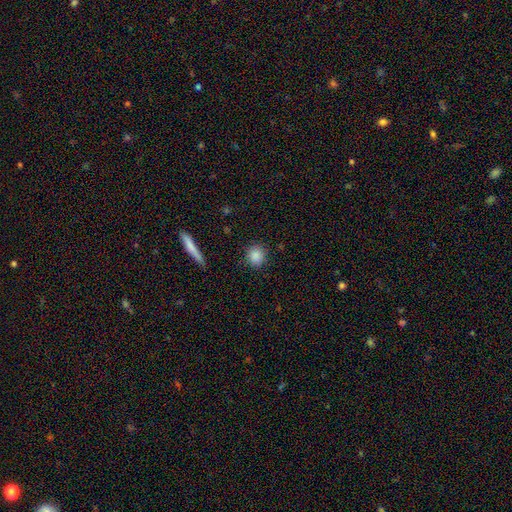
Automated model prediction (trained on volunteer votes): Morphology: type=smooth (87%); roundness=round (82%); merging=none (87%).